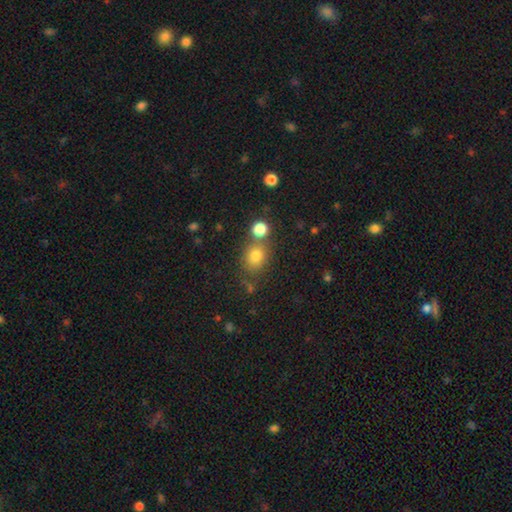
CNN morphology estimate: smooth_or_featured: smooth (p=0.78) [alt: star or artifact p=0.14]
how_rounded: round (p=0.64) [alt: in between p=0.35]
merging: none (p=0.64) [alt: merger p=0.20]